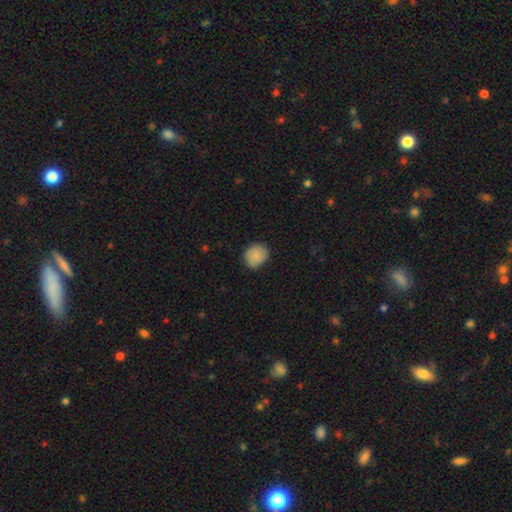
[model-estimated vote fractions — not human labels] Overall: smooth (87%). How rounded: round (75%). Merging: none (81%).